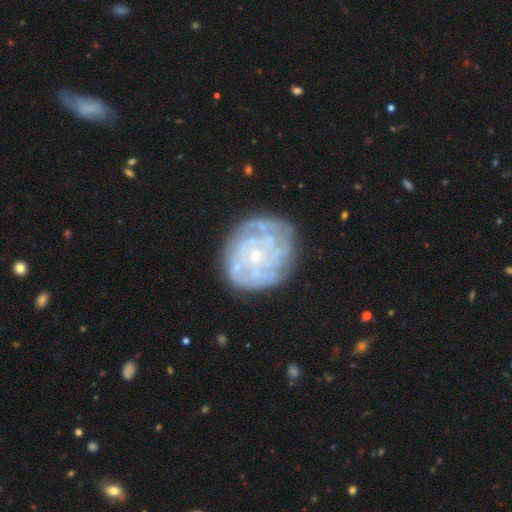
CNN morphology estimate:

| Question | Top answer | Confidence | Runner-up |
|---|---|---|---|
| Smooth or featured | featured or disk | 79% | smooth (13%) |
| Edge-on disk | no | 97% | yes (3%) |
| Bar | no | 80% | weak (16%) |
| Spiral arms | yes | 85% | no (15%) |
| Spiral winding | tight | 73% | medium (21%) |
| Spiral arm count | can't tell | 46% | 4 (16%) |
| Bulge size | small | 82% | moderate (13%) |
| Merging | none | 74% | minor disturbance (17%) |